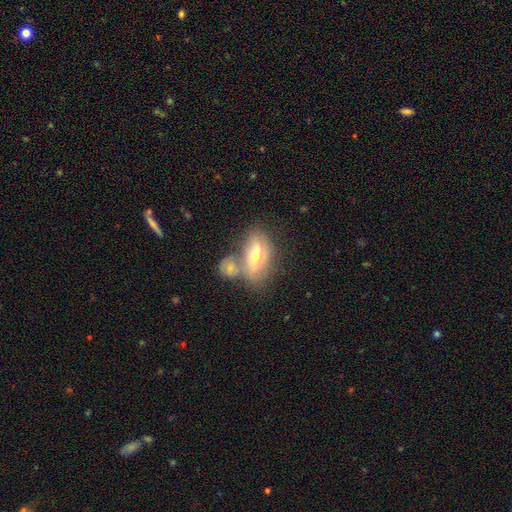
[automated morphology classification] Smooth or featured? Predicted: featured or disk (p=0.47). Merging? Predicted: none (p=0.47).